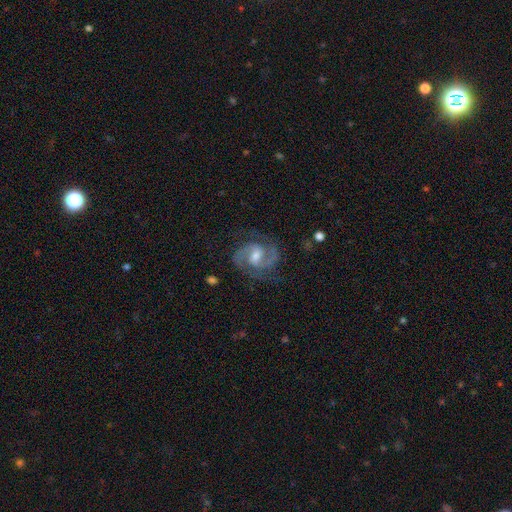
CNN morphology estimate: Smooth or featured: featured or disk — 90% (star or artifact — 5%)
Edge-on disk: no — 98% (yes — 2%)
Bar: weak — 55% (no — 26%)
Spiral arms: yes — 98% (no — 2%)
Spiral winding: medium — 58% (tight — 31%)
Spiral arm count: 2 — 90% (3 — 3%)
Bulge size: moderate — 60% (small — 31%)
Merging: none — 78% (minor disturbance — 15%)